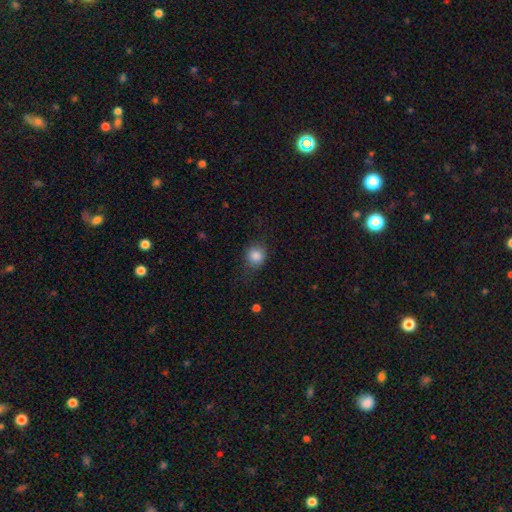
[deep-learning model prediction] Smooth or featured: smooth — 84% (star or artifact — 9%)
How rounded: round — 69% (in between — 30%)
Merging: none — 67% (minor disturbance — 22%)